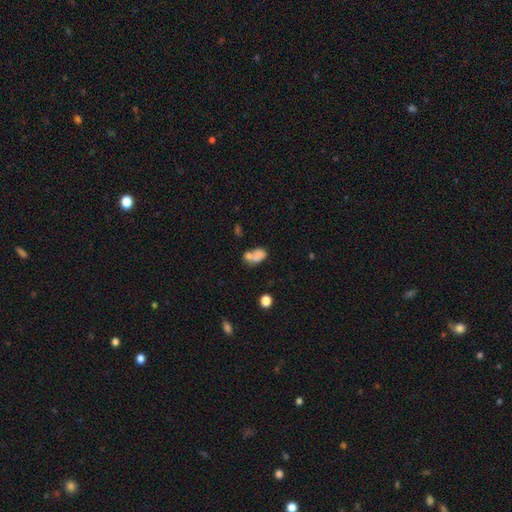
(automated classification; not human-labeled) A smooth galaxy with no disk features (71%) that is in between round and cigar-shaped (79%).

Vote fractions:
- Smooth or featured? smooth: 71% / featured or disk: 18% / star or artifact: 10%
- How rounded? in between: 79% / round: 19% / cigar-shaped: 2%
- Merging? merger: 52% / none: 28% / minor disturbance: 13% / major disturbance: 8%